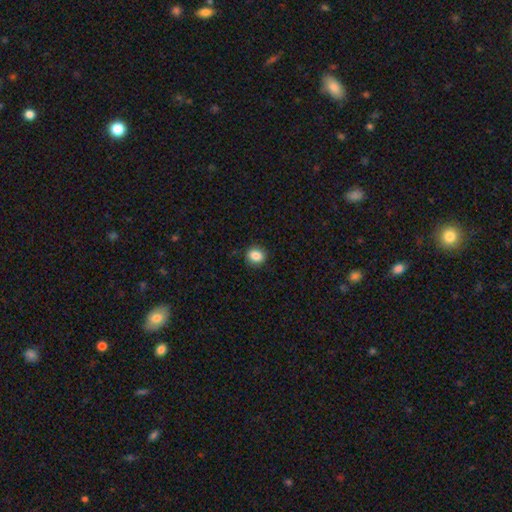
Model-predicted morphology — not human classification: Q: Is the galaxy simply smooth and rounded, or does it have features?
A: smooth — 86%.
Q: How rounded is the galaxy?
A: round — 69%.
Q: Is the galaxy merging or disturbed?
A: none — 89%.